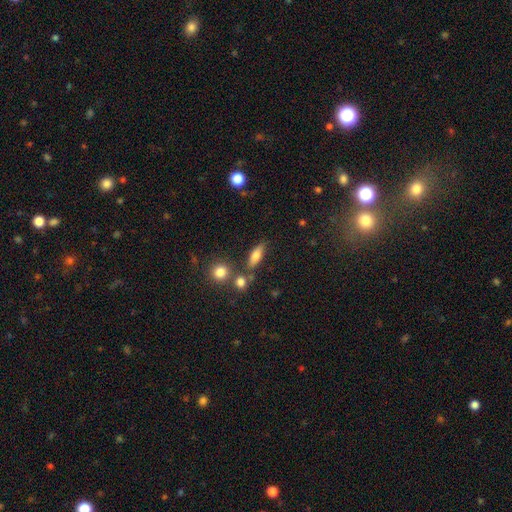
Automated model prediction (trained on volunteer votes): Smooth or featured?
  - smooth: 73% *
  - featured or disk: 17%
  - star or artifact: 10%
How rounded?
  - in between: 65% *
  - cigar-shaped: 29%
  - round: 6%
Merging?
  - none: 71% *
  - minor disturbance: 14%
  - merger: 11%
  - major disturbance: 5%